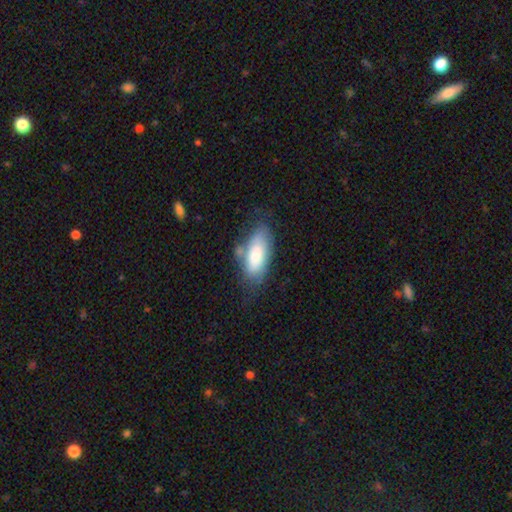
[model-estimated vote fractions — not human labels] smooth_or_featured: smooth (p=0.70) [alt: featured or disk p=0.24]
how_rounded: in between (p=0.86) [alt: cigar-shaped p=0.11]
merging: none (p=0.55) [alt: minor disturbance p=0.25]